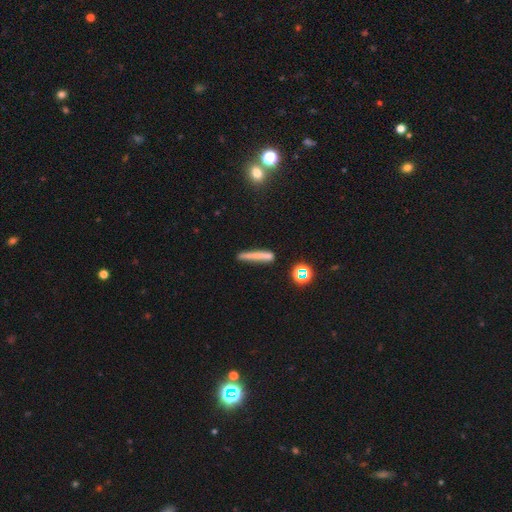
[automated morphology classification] This is likely a smooth galaxy (66%). How rounded: clearly cigar-shaped (93%). Merging: likely none (73%).